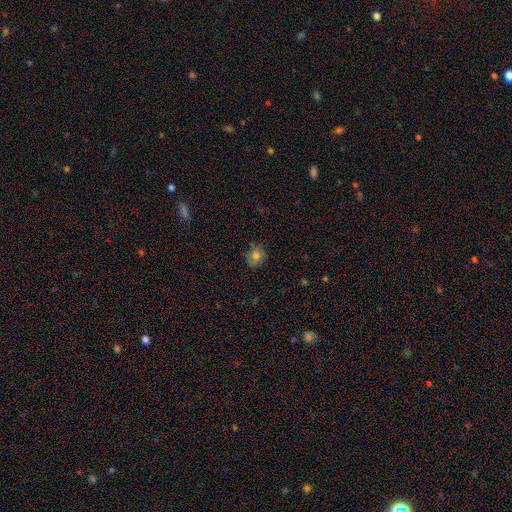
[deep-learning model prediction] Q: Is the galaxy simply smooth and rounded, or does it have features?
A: smooth — 74%.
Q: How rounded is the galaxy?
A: round — 64%.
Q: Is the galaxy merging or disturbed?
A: none — 74%.